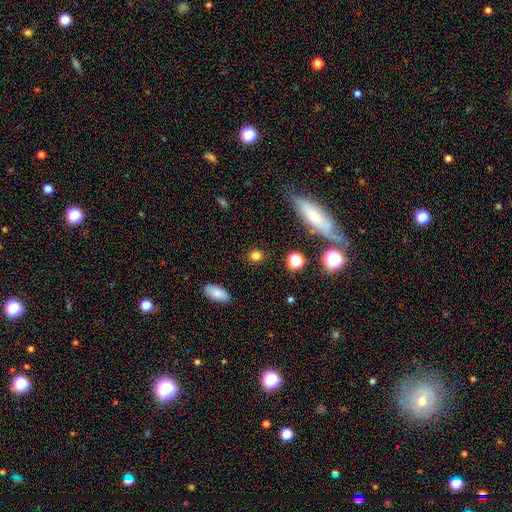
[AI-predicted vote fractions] Overall: smooth (80%). How rounded: round (76%). Merging: none (87%).